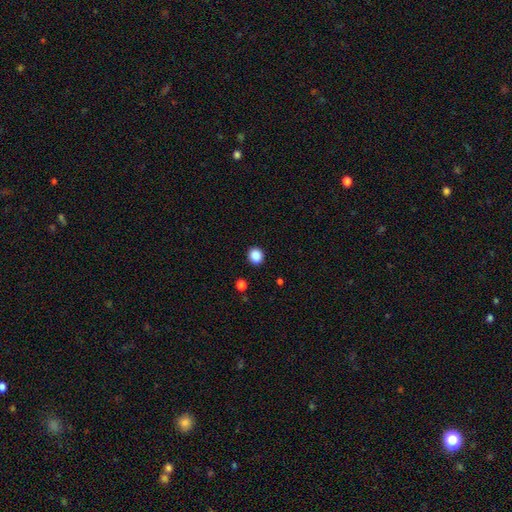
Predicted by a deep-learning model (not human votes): smooth_or_featured: smooth (p=0.88) [alt: star or artifact p=0.10]
how_rounded: round (p=0.83) [alt: in between p=0.16]
merging: none (p=0.91) [alt: minor disturbance p=0.06]